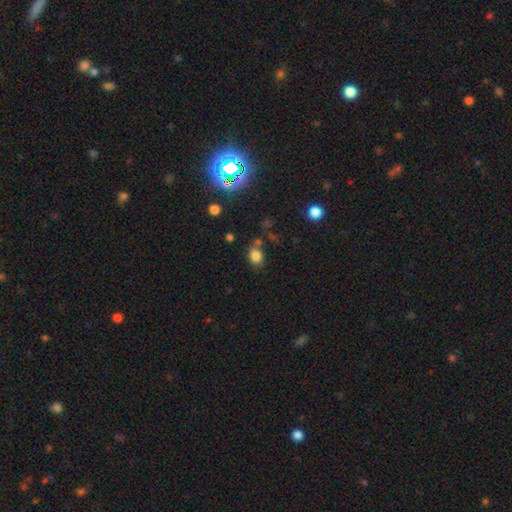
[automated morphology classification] smooth 80%, star or artifact 14%, featured or disk 6%. Down the decision tree: how rounded — in between (53%); merging — none (67%).